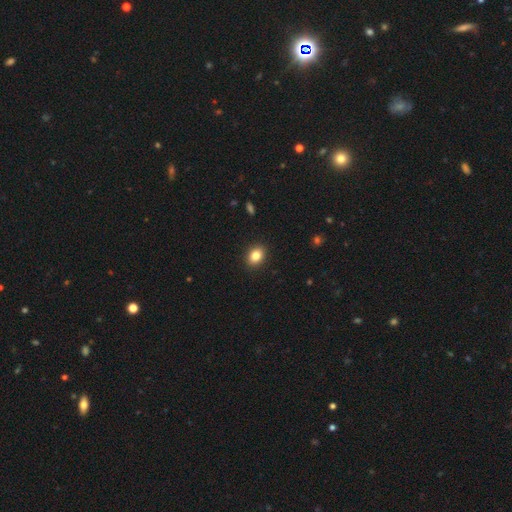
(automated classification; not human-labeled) Smooth or featured?
  - smooth: 83% *
  - star or artifact: 10%
  - featured or disk: 7%
How rounded?
  - in between: 58% *
  - round: 41%
  - cigar-shaped: 1%
Merging?
  - none: 91% *
  - minor disturbance: 6%
  - major disturbance: 2%
  - merger: 1%